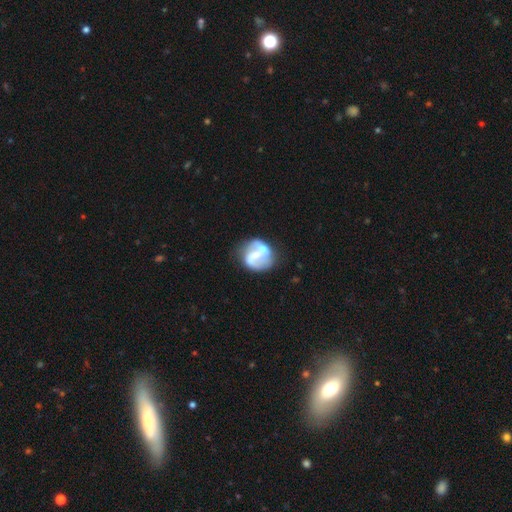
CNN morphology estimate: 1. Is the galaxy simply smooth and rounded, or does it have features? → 70% featured or disk, 24% smooth, 6% star or artifact.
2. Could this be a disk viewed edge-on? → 98% no, 2% yes.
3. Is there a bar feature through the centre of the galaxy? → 37% weak, 35% no, 28% strong.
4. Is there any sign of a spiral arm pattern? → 68% yes, 32% no.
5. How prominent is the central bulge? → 37% small, 35% moderate, 21% none, 6% large, 2% dominant.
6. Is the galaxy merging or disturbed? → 44% none, 21% merger, 20% minor disturbance, 15% major disturbance.